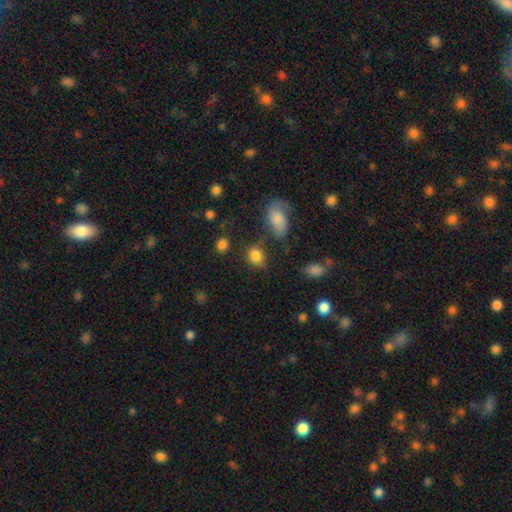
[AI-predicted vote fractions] Smooth or featured? Predicted: smooth (p=0.83). How rounded? Predicted: round (p=0.59). Merging? Predicted: none (p=0.66).